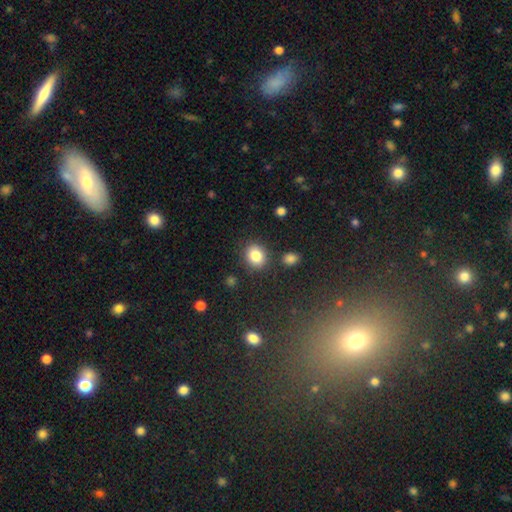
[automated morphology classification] A smooth galaxy with no disk features (83%) that is round (65%).

Vote fractions:
- Smooth or featured? smooth: 83% / star or artifact: 10% / featured or disk: 7%
- How rounded? round: 65% / in between: 34% / cigar-shaped: 1%
- Merging? none: 82% / minor disturbance: 10% / merger: 5% / major disturbance: 3%